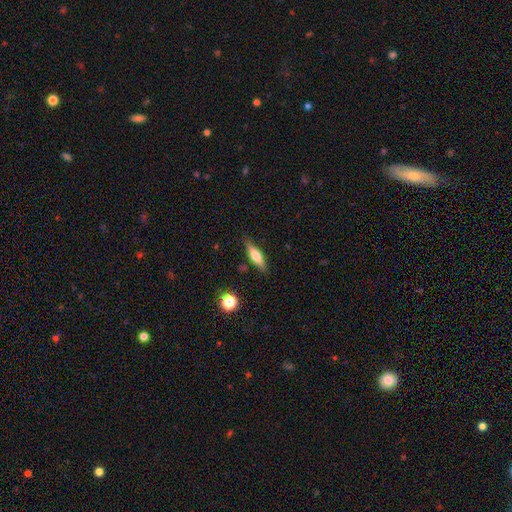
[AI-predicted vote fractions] Q: Smooth or featured?
A: smooth (58%); runner-up: featured or disk (35%)
Q: How rounded?
A: cigar-shaped (60%); runner-up: in between (37%)
Q: Merging?
A: none (83%); runner-up: minor disturbance (12%)